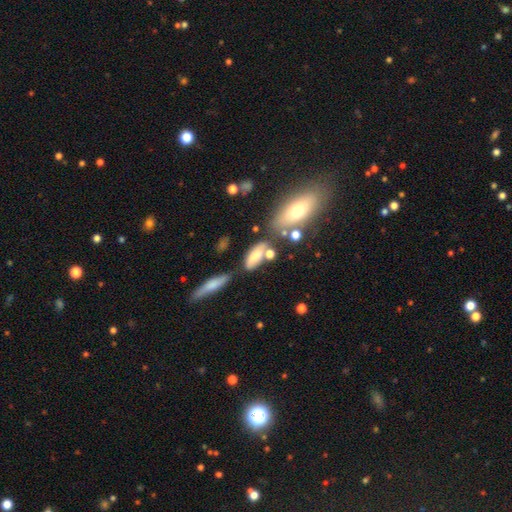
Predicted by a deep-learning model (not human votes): smooth 70%, featured or disk 20%, star or artifact 10%. Down the decision tree: how rounded — in between (74%); merging — none (50%).